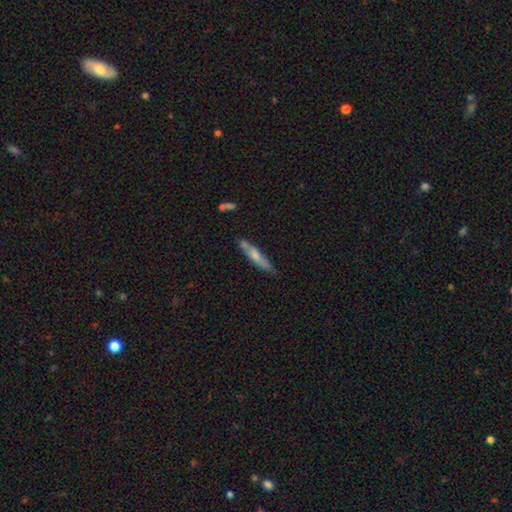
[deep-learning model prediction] smooth 62%, featured or disk 32%, star or artifact 6%. Down the decision tree: how rounded — cigar-shaped (87%); merging — none (70%).